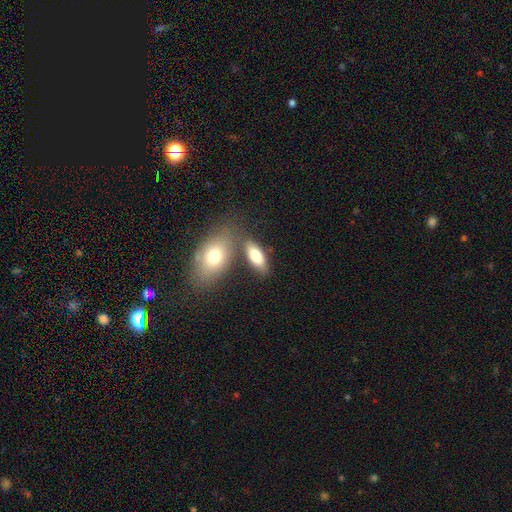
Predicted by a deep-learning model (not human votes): This appears to be a smooth galaxy with no disk features (77%) that is in between round and cigar-shaped (83%). Merging: none (63%).